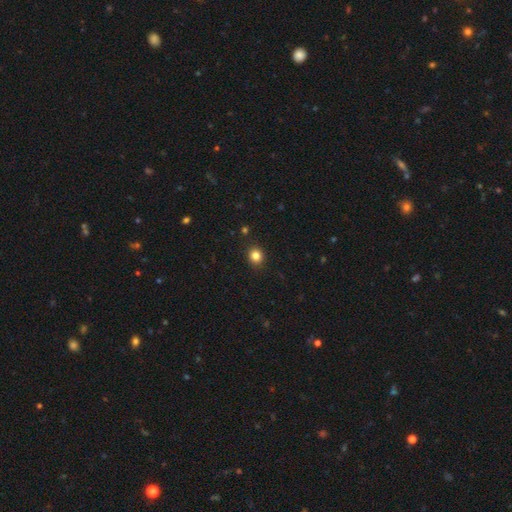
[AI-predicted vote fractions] smooth 83%, star or artifact 12%, featured or disk 5%. Down the decision tree: how rounded — round (80%); merging — none (91%).